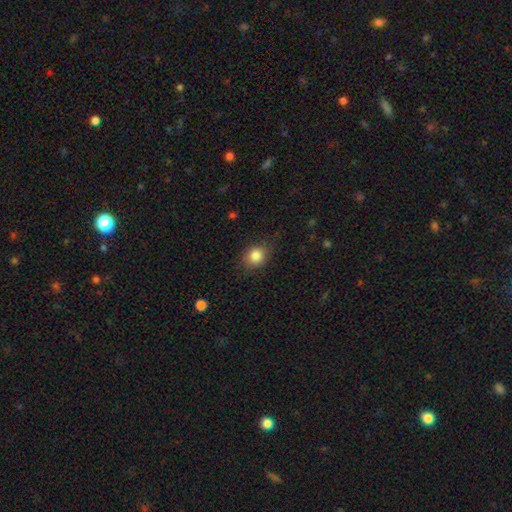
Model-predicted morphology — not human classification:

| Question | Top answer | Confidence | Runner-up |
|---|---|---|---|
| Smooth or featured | smooth | 85% | star or artifact (10%) |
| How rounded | round | 67% | in between (32%) |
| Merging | none | 80% | minor disturbance (15%) |